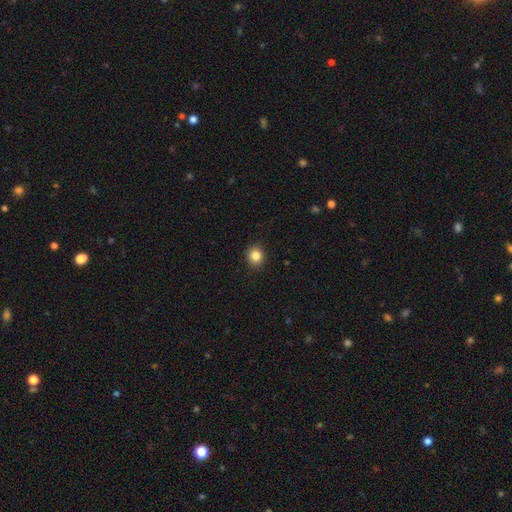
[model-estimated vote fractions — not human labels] The model was most divided on "how rounded": round: 79%, in between: 20%, cigar-shaped: 1%. More confident: merging — none (91%); smooth or featured — smooth (84%).